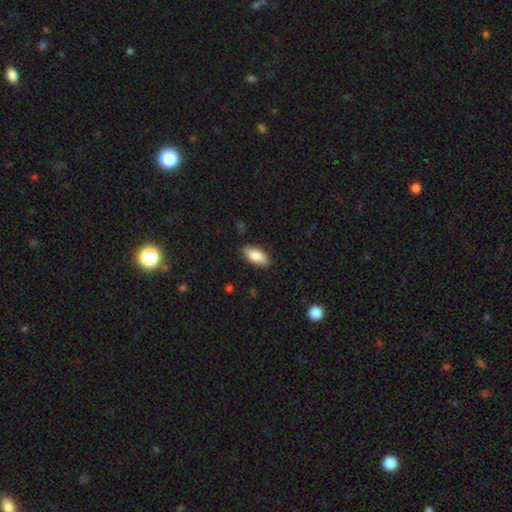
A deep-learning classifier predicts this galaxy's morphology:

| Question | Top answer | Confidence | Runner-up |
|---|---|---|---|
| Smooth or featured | smooth | 86% | featured or disk (8%) |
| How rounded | in between | 89% | cigar-shaped (9%) |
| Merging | none | 86% | minor disturbance (10%) |